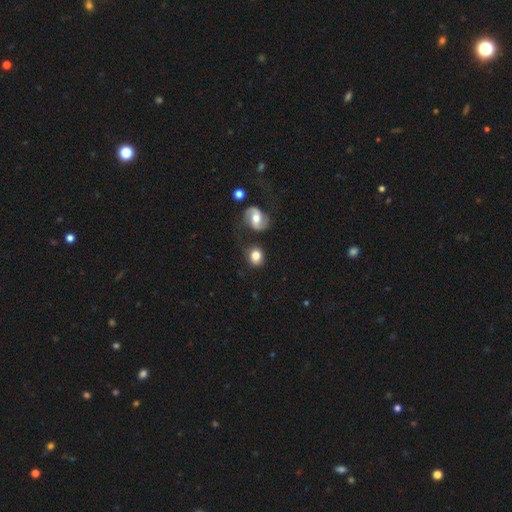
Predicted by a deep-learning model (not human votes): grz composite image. It shows a smooth galaxy with no disk features (76%) that is round (70%). Merging: none (74%).